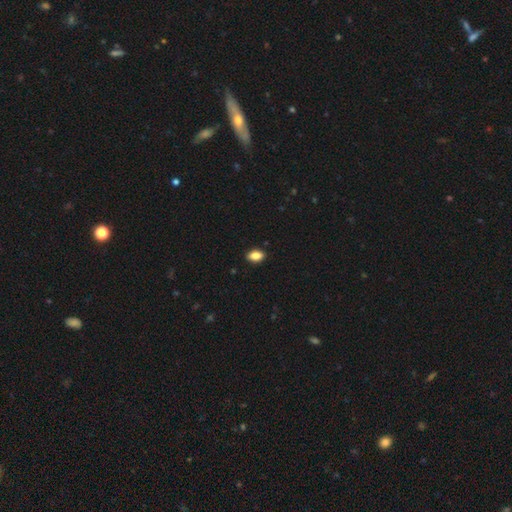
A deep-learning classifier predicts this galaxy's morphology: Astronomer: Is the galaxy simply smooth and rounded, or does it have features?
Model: smooth — 87%.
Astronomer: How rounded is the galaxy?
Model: in between — 89%.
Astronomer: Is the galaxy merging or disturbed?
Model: none — 89%.